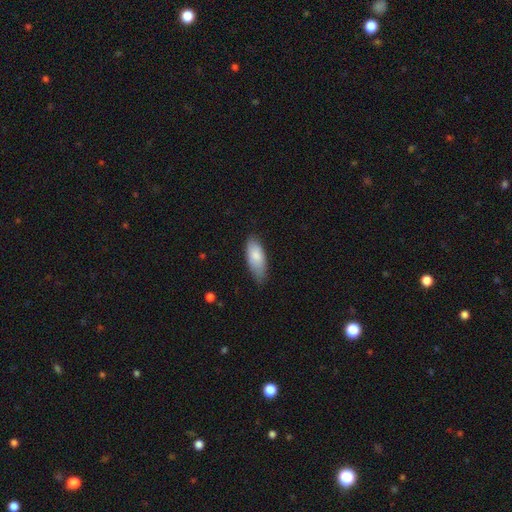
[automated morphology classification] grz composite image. It shows a smooth galaxy with no disk features (82%) that is in between round and cigar-shaped (80%). Merging: none (70%).